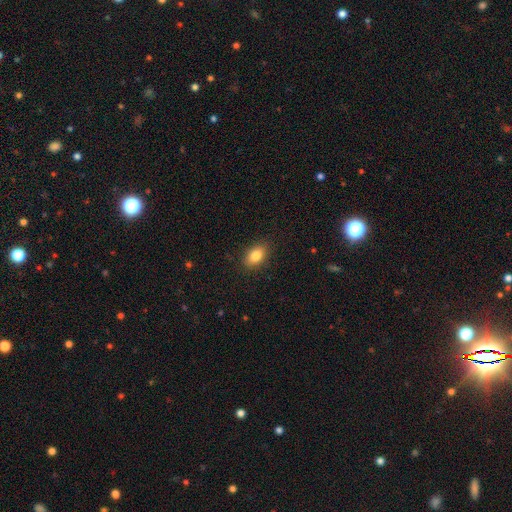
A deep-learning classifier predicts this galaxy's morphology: Smooth or featured? Predicted: smooth (p=0.84). How rounded? Predicted: in between (p=0.86). Merging? Predicted: none (p=0.88).